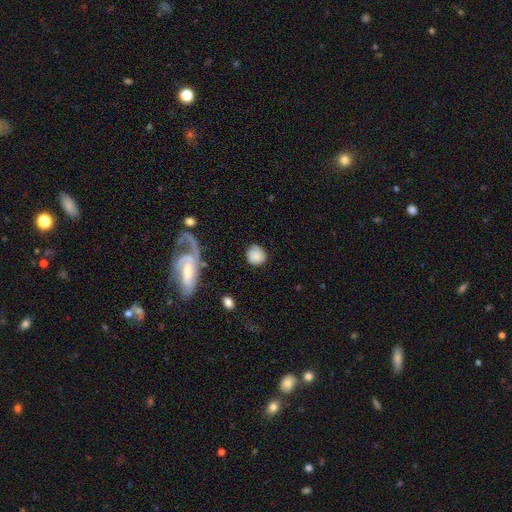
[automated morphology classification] A smooth galaxy with no disk features (76%) that is round (86%).

Vote fractions:
- Smooth or featured? smooth: 76% / featured or disk: 15% / star or artifact: 9%
- How rounded? round: 86% / in between: 13% / cigar-shaped: 1%
- Merging? none: 76% / minor disturbance: 14% / major disturbance: 7% / merger: 3%